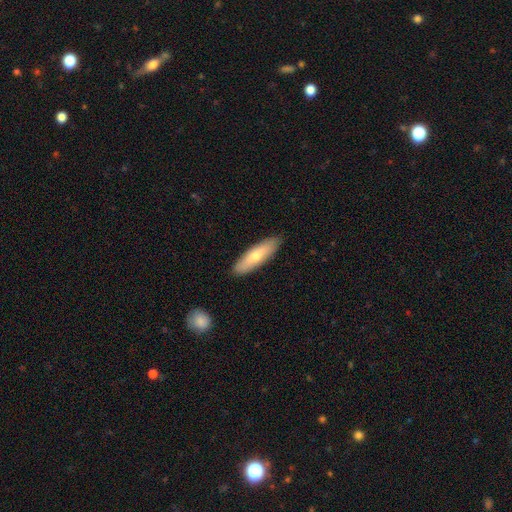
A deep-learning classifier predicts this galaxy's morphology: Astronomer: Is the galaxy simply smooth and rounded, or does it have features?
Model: smooth — 62%.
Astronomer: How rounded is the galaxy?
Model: cigar-shaped — 58% (runner-up: in between, 40%).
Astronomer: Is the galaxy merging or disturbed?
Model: none — 89%.